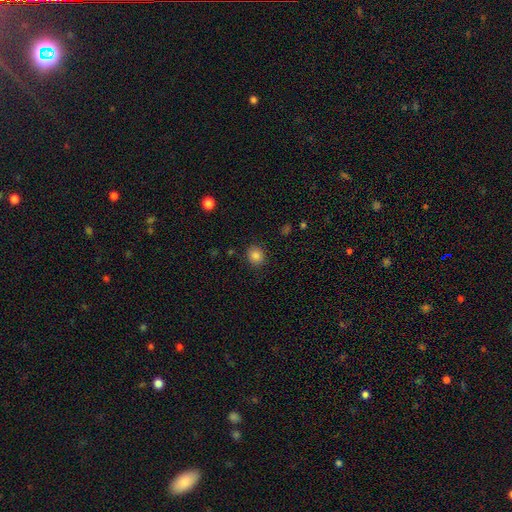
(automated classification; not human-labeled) The model was most divided on "how rounded": round: 74%, in between: 25%, cigar-shaped: 1%. More confident: merging — none (88%); smooth or featured — smooth (84%).